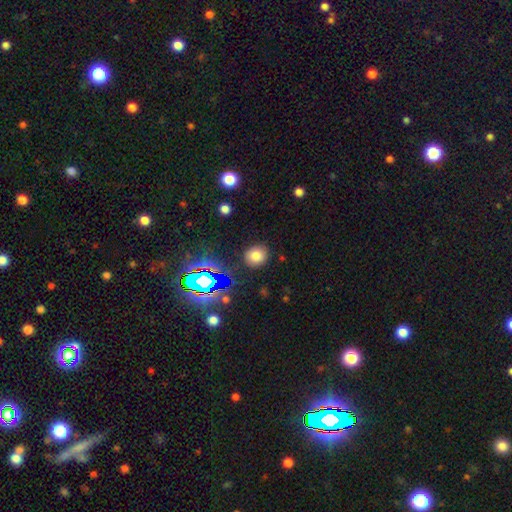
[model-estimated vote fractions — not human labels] smooth_or_featured: smooth (p=0.75) [alt: star or artifact p=0.17]
how_rounded: round (p=0.82) [alt: in between p=0.17]
merging: none (p=0.87) [alt: minor disturbance p=0.08]